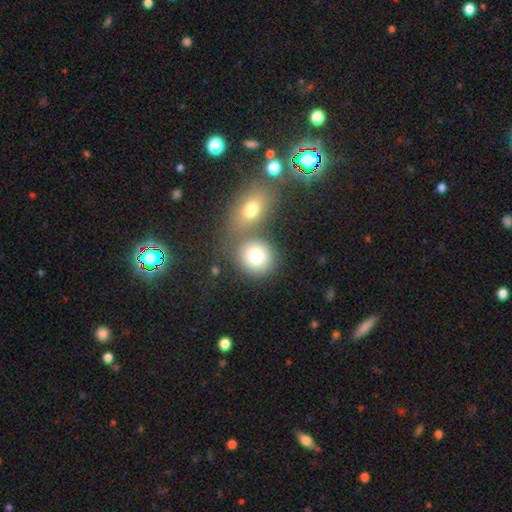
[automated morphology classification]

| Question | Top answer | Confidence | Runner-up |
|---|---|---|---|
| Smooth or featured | smooth | 81% | featured or disk (10%) |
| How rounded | round | 75% | in between (24%) |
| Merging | none | 55% | merger (31%) |